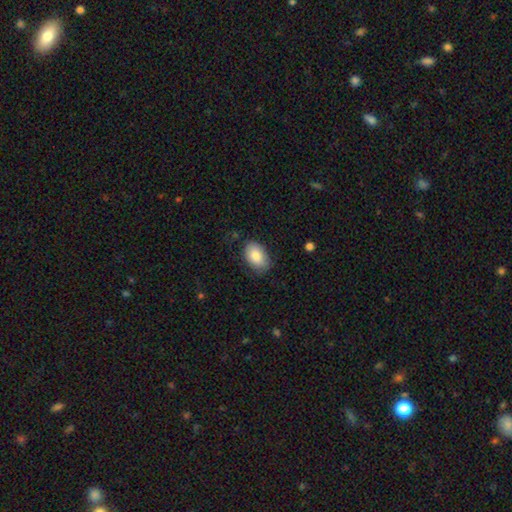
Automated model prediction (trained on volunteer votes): Smooth or featured: smooth — 83% (featured or disk — 10%)
How rounded: in between — 90% (round — 9%)
Merging: none — 76% (minor disturbance — 18%)